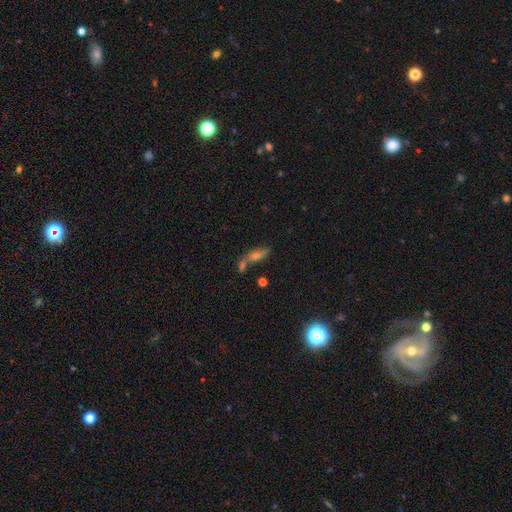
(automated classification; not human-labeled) Overall: smooth (45%; featured or disk 36%). Merging: none (46%; merger 32%).